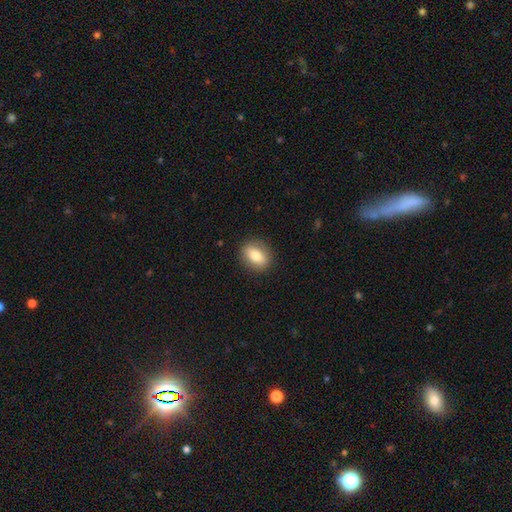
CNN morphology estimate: type=smooth (76%); roundness=in between (69%); merging=none (87%).